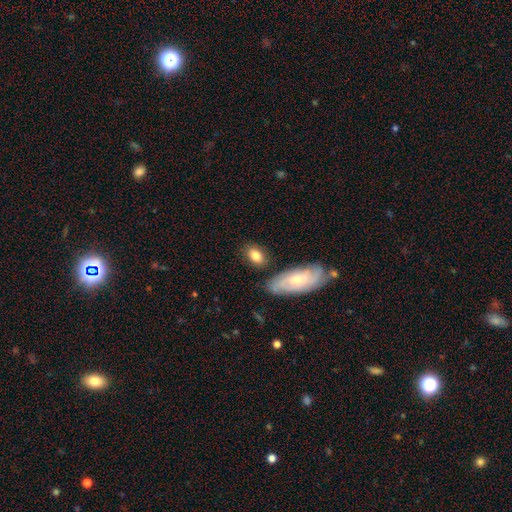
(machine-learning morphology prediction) Smooth or featured?
  - smooth: 80% *
  - featured or disk: 13%
  - star or artifact: 7%
How rounded?
  - in between: 83% *
  - round: 13%
  - cigar-shaped: 5%
Merging?
  - none: 76% *
  - minor disturbance: 13%
  - merger: 7%
  - major disturbance: 4%